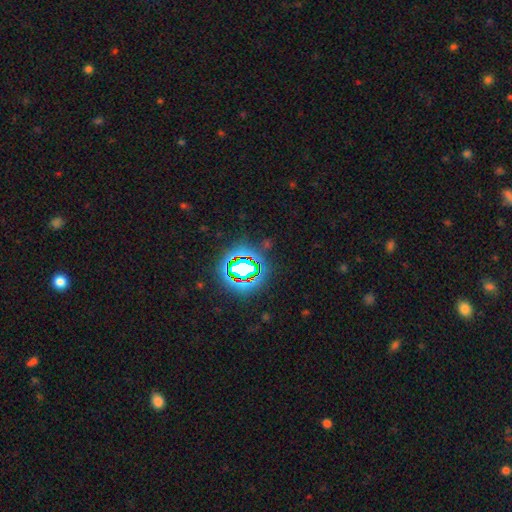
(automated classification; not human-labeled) This appears to be a star or artifact, not a galaxy (82%).